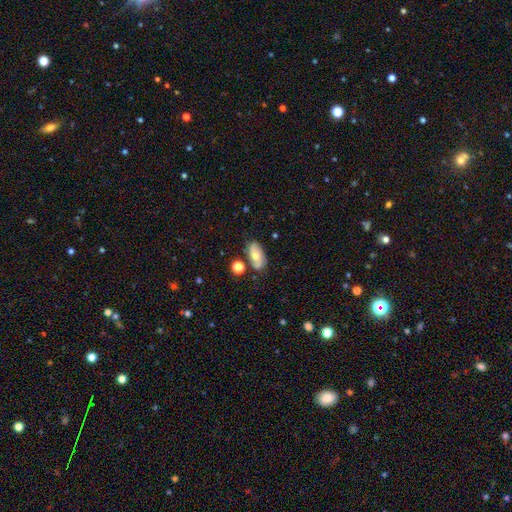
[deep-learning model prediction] smooth 57%, featured or disk 34%, star or artifact 9%. Down the decision tree: how rounded — in between (89%); merging — none (72%).